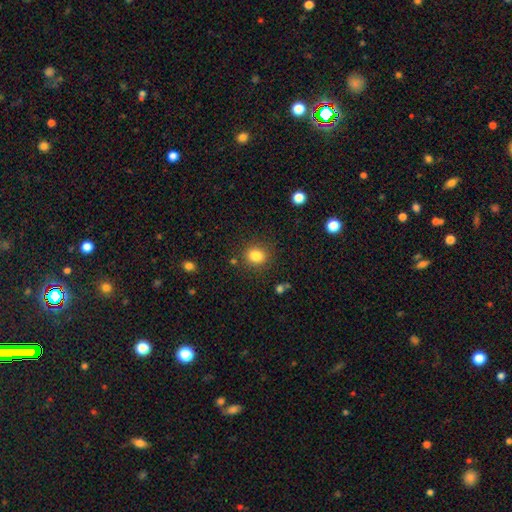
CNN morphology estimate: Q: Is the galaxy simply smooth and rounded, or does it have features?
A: smooth — 83%.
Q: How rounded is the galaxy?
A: round — 68%.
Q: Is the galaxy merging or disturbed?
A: none — 84%.